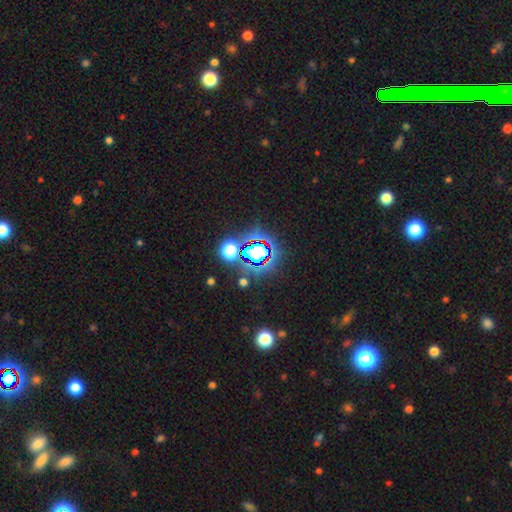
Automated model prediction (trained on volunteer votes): Overall: star or artifact (80%).